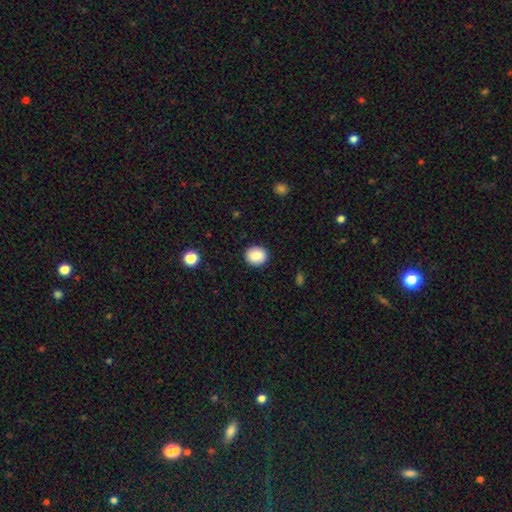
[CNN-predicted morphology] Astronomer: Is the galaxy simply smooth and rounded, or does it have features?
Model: smooth — 88%.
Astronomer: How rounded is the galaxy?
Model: round — 73%.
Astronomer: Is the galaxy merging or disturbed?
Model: none — 90%.